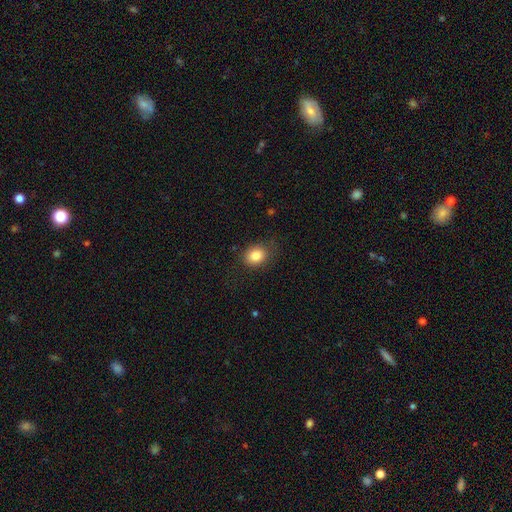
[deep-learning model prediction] Smooth or featured?
  - smooth: 83% *
  - star or artifact: 10%
  - featured or disk: 7%
How rounded?
  - round: 51% *
  - in between: 48%
  - cigar-shaped: 1%
Merging?
  - none: 79% *
  - minor disturbance: 16%
  - major disturbance: 5%
  - merger: 1%